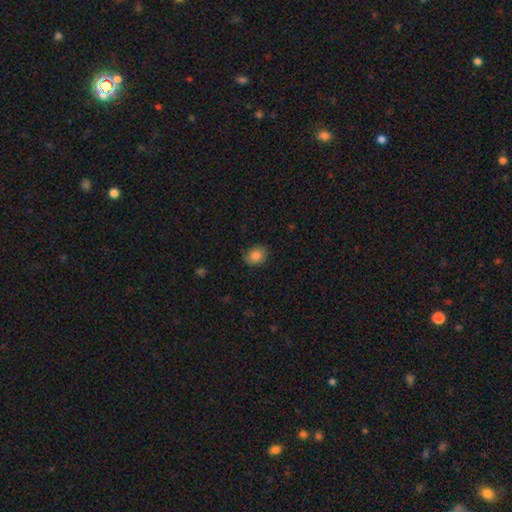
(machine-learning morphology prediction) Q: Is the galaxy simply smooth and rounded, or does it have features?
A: smooth — 85%.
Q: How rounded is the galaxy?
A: round — 50%.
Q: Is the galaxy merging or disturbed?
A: none — 80%.